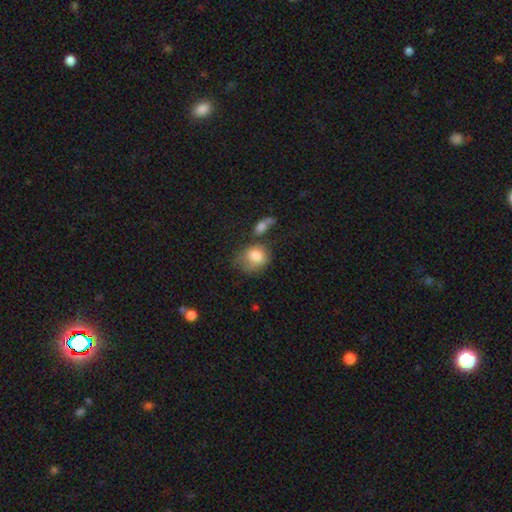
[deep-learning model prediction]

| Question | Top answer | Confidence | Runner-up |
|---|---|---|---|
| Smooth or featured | smooth | 78% | featured or disk (14%) |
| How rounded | in between | 50% | round (48%) |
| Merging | none | 31% | minor disturbance (26%) |